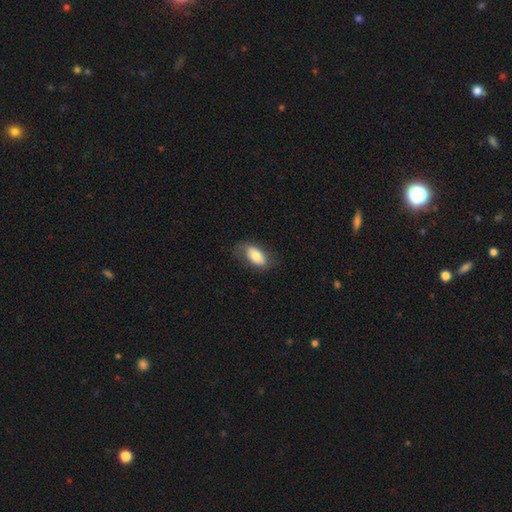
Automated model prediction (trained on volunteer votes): Smooth or featured? smooth (72%)
How rounded? in between (91%)
Merging? none (70%)